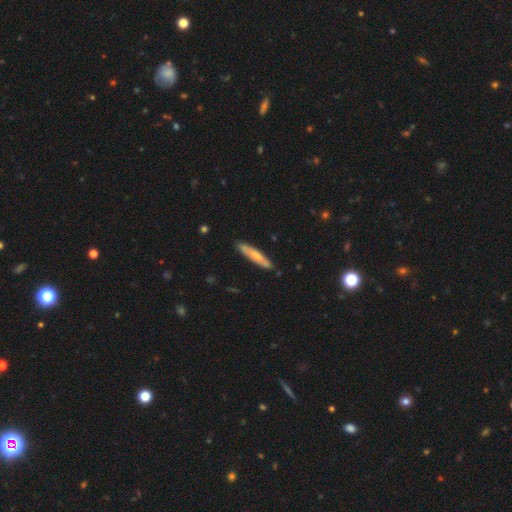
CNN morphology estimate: Smooth or featured: smooth — 61% (featured or disk — 34%)
How rounded: cigar-shaped — 90% (in between — 9%)
Merging: none — 85% (minor disturbance — 12%)